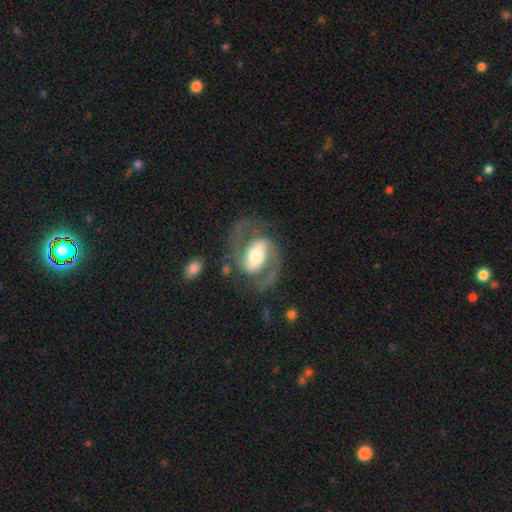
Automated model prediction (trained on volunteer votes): smooth_or_featured: featured or disk (p=0.89) [alt: smooth p=0.07]
disk_edge_on: no (p=0.97) [alt: yes p=0.03]
bar: strong (p=0.50) [alt: weak p=0.33]
has_spiral_arms: yes (p=0.96) [alt: no p=0.04]
spiral_winding: medium (p=0.60) [alt: loose p=0.21]
spiral_arm_count: 2 (p=0.93) [alt: can't tell p=0.02]
bulge_size: moderate (p=0.52) [alt: large p=0.31]
merging: none (p=0.73) [alt: minor disturbance p=0.14]